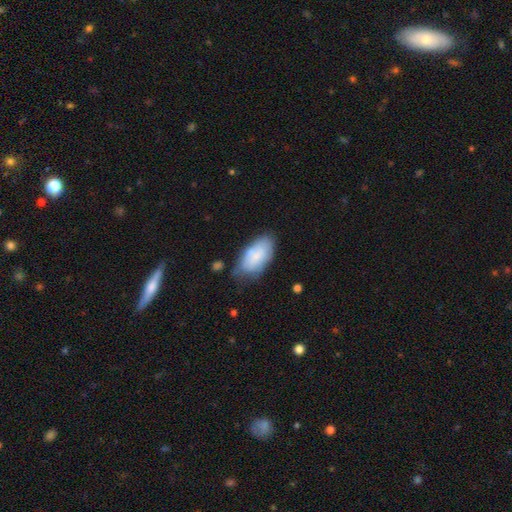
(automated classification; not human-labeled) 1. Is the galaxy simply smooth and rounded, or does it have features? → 71% smooth, 22% featured or disk, 7% star or artifact.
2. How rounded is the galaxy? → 94% in between, 3% round, 3% cigar-shaped.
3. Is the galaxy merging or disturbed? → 55% none, 31% minor disturbance, 8% major disturbance, 6% merger.